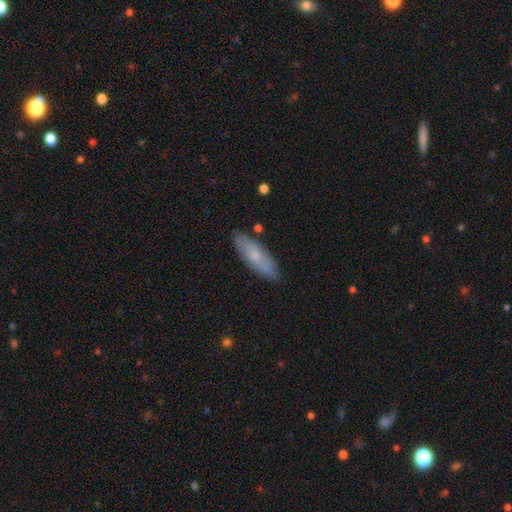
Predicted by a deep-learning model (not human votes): smooth-or-featured: smooth: 63% | featured or disk: 31% | star or artifact: 6%
  how-rounded: in between: 52% | cigar-shaped: 46% | round: 2%
  merging: none: 85% | minor disturbance: 11% | major disturbance: 2% | merger: 2%